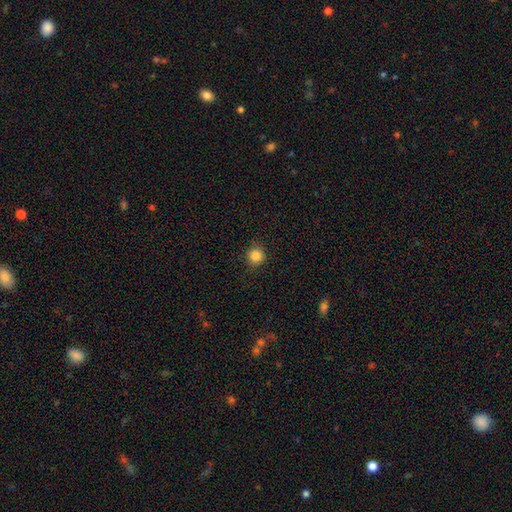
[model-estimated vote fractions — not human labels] This appears to be a smooth galaxy with no disk features (85%) that is round (92%). Merging: none (89%).